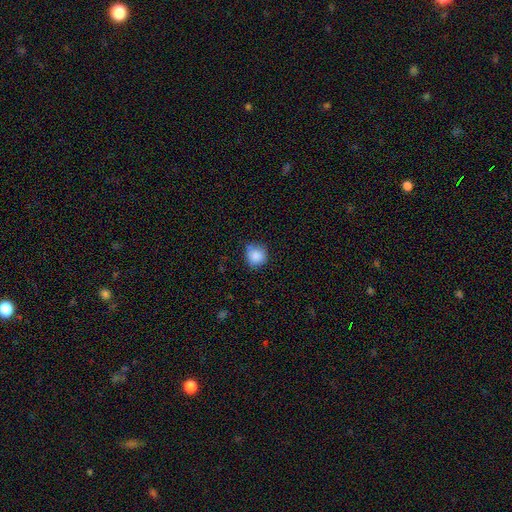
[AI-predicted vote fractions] A smooth galaxy with no disk features (87%) that is round (90%).

Vote fractions:
- Smooth or featured? smooth: 87% / star or artifact: 9% / featured or disk: 4%
- How rounded? round: 90% / in between: 9% / cigar-shaped: 1%
- Merging? none: 72% / minor disturbance: 22% / major disturbance: 4% / merger: 2%